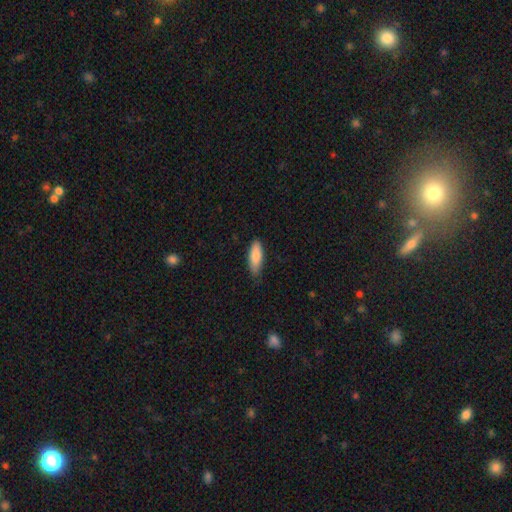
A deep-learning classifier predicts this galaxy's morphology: Q: Smooth or featured?
A: smooth (83%); runner-up: featured or disk (12%)
Q: How rounded?
A: in between (62%); runner-up: cigar-shaped (36%)
Q: Merging?
A: none (76%); runner-up: minor disturbance (20%)